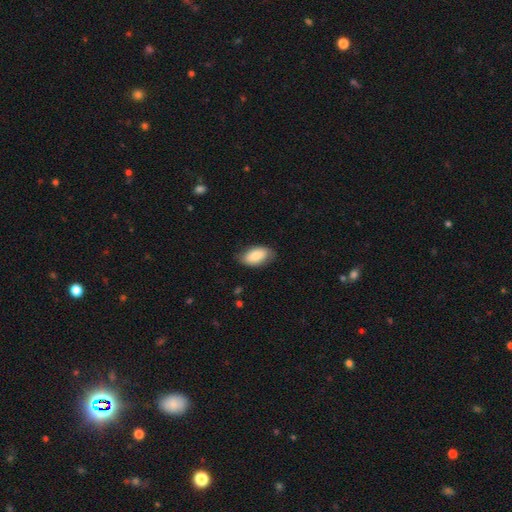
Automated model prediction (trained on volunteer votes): smooth-or-featured: smooth: 84% | featured or disk: 10% | star or artifact: 6%
  how-rounded: in between: 94% | round: 4% | cigar-shaped: 2%
  merging: none: 74% | minor disturbance: 21% | major disturbance: 4% | merger: 1%